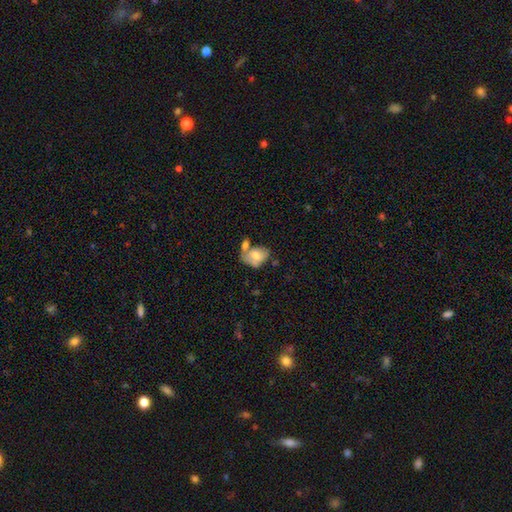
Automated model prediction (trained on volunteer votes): smooth 65%, featured or disk 27%, star or artifact 7%. Down the decision tree: how rounded — in between (71%); merging — merger (41%).